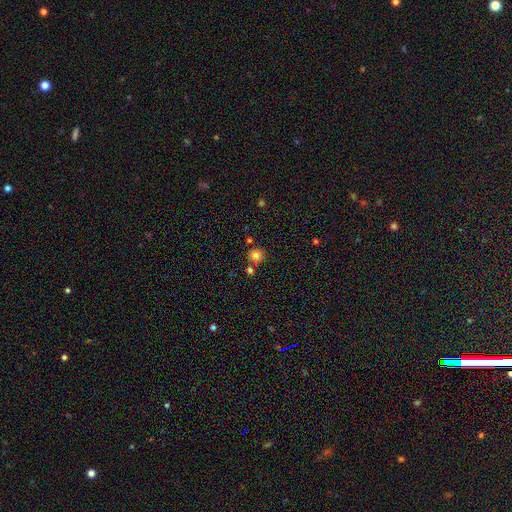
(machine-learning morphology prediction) This appears to be a smooth galaxy with no disk features (80%) that is round (88%). Merging: none (72%).